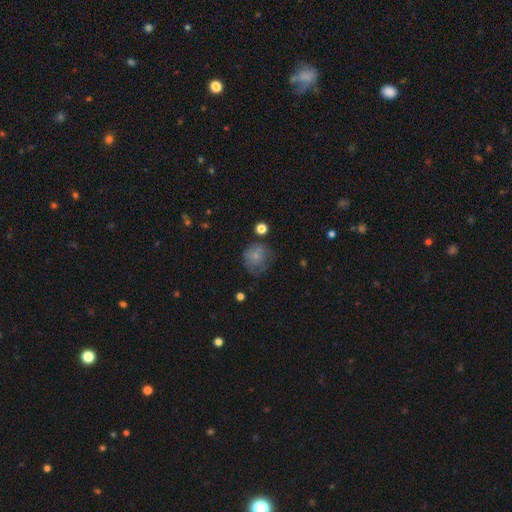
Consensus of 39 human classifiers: Q: Smooth or featured?
A: smooth (67%); runner-up: featured or disk (31%)
Q: How rounded?
A: round (85%); runner-up: in between (15%)
Q: Merging?
A: none (53%); runner-up: minor disturbance (24%)